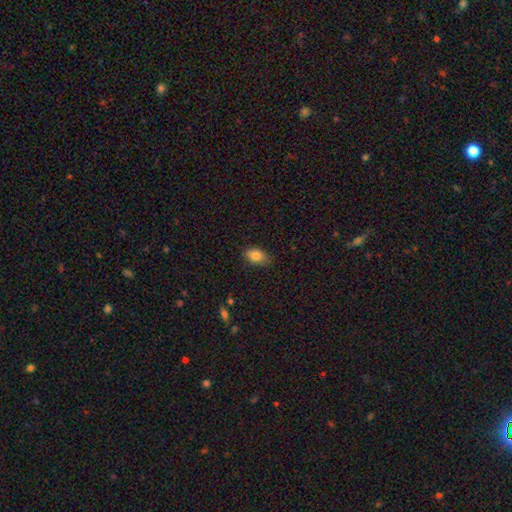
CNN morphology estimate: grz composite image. It shows a smooth galaxy with no disk features (82%) that is in between round and cigar-shaped (86%). Merging: none (77%).